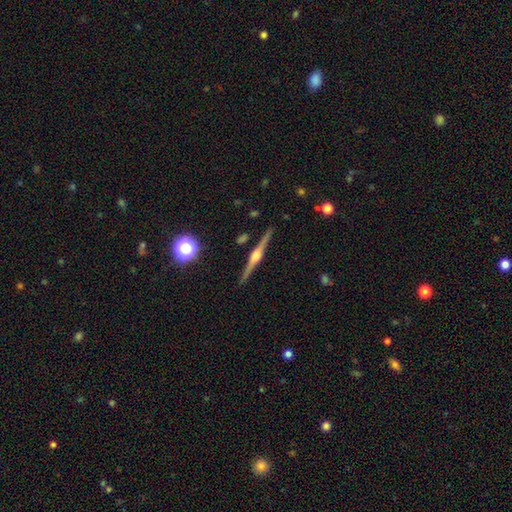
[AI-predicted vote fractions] This appears to be a featured or disk galaxy (85%) viewed edge-on (99%) with a rounded central bulge (89%). Merging: none (92%).